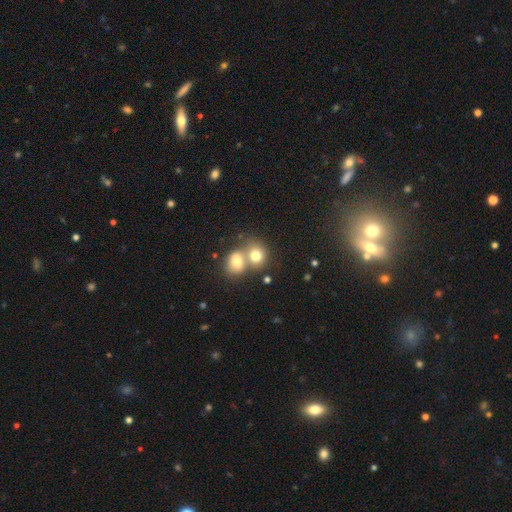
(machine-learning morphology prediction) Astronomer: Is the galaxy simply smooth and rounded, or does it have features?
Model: smooth — 76%.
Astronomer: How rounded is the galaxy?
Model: round — 65%.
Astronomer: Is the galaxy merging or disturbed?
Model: merger — 60%.